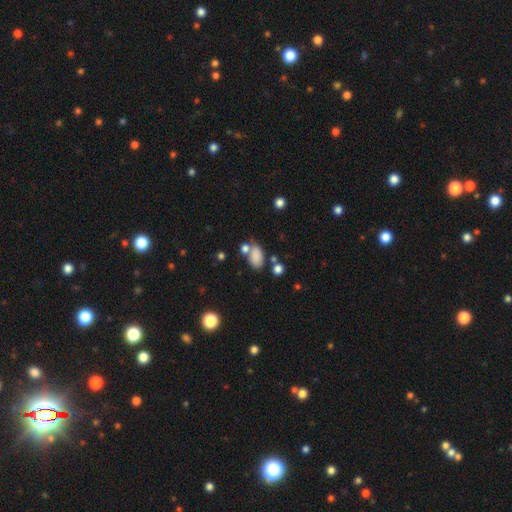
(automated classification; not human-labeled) smooth_or_featured: smooth (p=0.82) [alt: star or artifact p=0.10]
how_rounded: in between (p=0.88) [alt: round p=0.11]
merging: none (p=0.55) [alt: merger p=0.23]